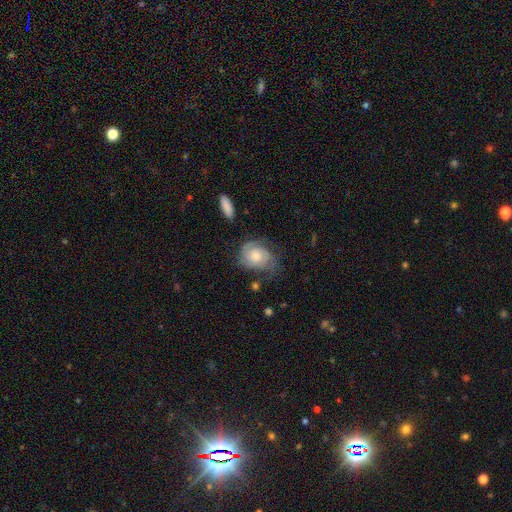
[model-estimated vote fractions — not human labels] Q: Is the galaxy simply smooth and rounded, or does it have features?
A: featured or disk — 66%.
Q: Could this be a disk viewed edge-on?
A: no — 97%.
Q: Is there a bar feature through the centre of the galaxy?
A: no — 76%.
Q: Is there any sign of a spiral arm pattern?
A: yes — 91%.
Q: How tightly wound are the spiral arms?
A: tight — 53%.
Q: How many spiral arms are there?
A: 2 — 49%.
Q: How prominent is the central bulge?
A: moderate — 49%.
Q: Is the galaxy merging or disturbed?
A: none — 54%.